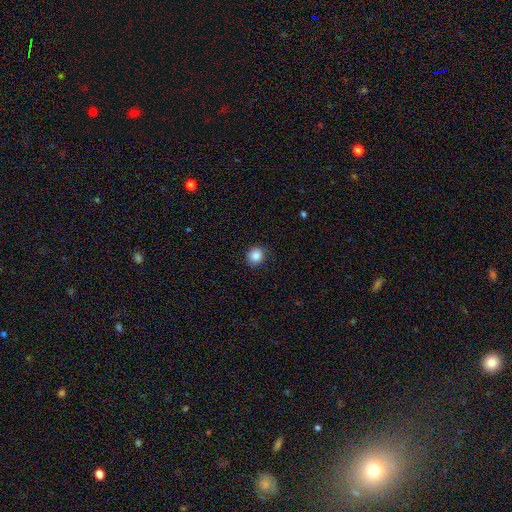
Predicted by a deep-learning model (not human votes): Smooth or featured: smooth — 86% (star or artifact — 10%)
How rounded: round — 81% (in between — 18%)
Merging: none — 84% (minor disturbance — 12%)